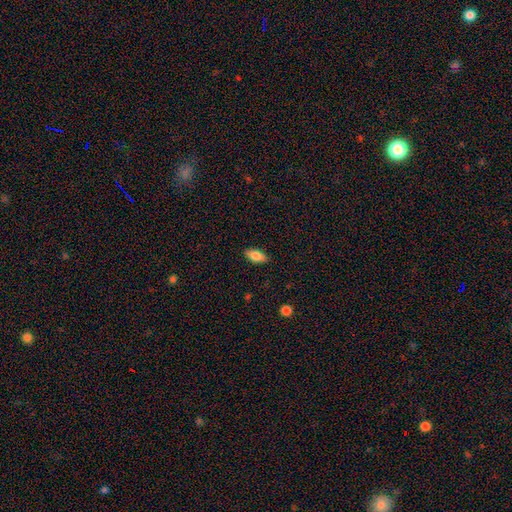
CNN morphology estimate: This appears to be a smooth galaxy with no disk features (82%) that is in between round and cigar-shaped (87%). Merging: none (88%).